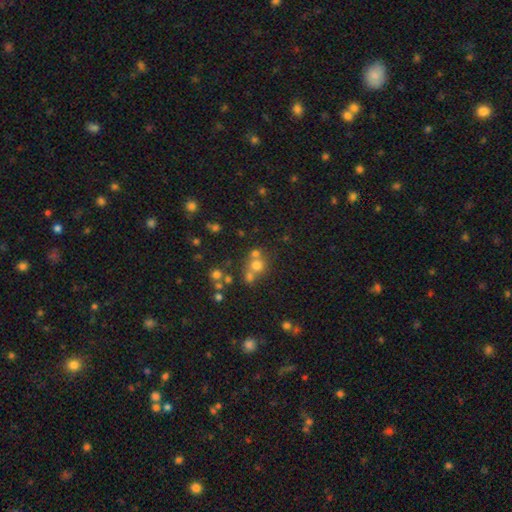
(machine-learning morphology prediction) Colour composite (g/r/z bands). It shows a smooth galaxy with no disk features (50%) that is round (84%). Merging: none (50%).